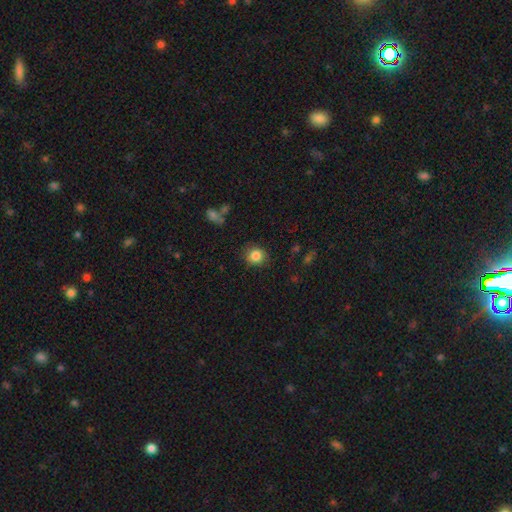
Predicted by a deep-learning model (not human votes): A smooth galaxy with no disk features (84%) that is round (84%). Merging: none (85%).